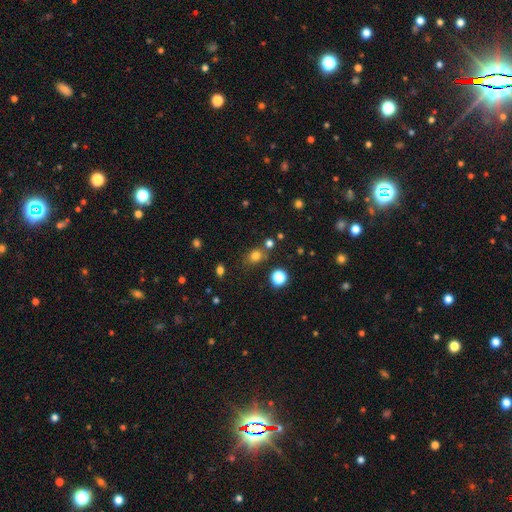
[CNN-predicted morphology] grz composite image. It shows a smooth galaxy with no disk features (75%) that is round (61%). Merging: none (71%).